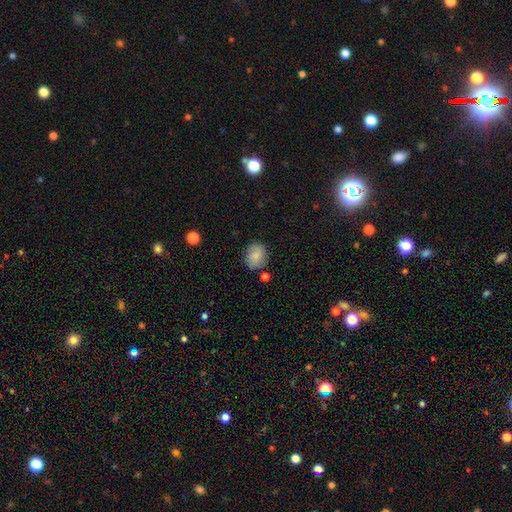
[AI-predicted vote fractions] This appears to be a smooth galaxy with no disk features (85%) that is round (58%). Merging: none (79%).